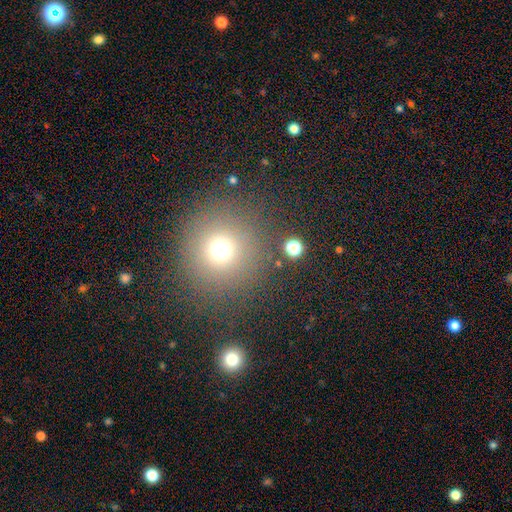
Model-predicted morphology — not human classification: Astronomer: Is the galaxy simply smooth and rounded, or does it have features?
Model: smooth — 62%.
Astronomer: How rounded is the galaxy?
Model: round — 94%.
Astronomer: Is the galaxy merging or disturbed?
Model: none — 87%.